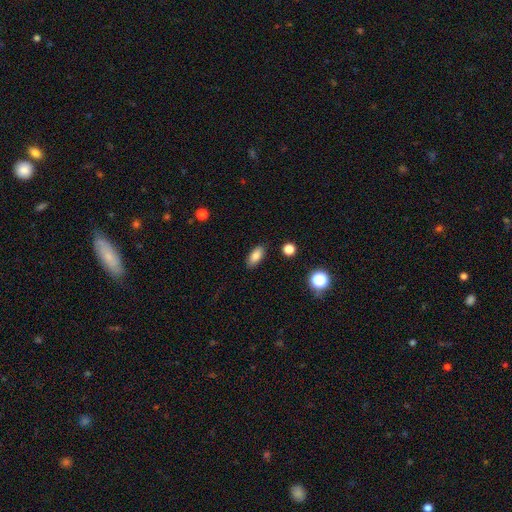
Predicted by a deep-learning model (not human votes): A smooth galaxy with no disk features (85%) that is in between round and cigar-shaped (86%). Merging: none (88%).